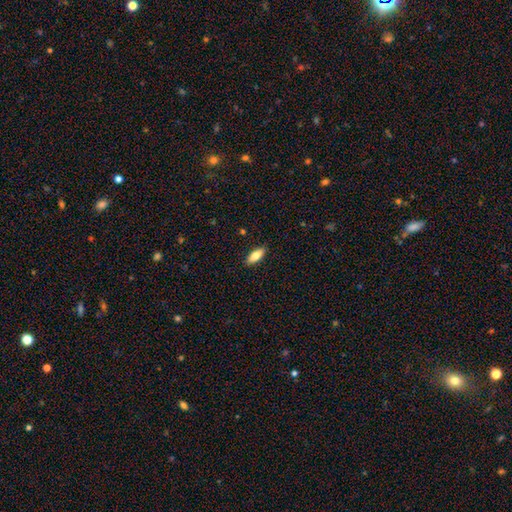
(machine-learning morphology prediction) The model was most divided on "how rounded": in between: 71%, cigar-shaped: 27%, round: 2%. More confident: merging — none (89%); smooth or featured — smooth (78%).